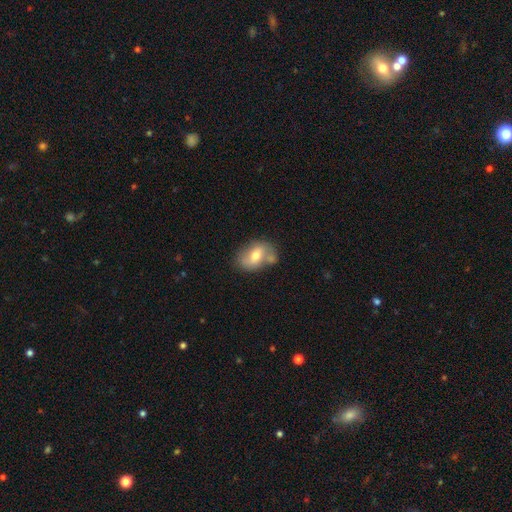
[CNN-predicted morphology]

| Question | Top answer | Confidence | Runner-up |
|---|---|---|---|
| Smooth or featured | smooth | 56% | featured or disk (36%) |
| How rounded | in between | 77% | round (21%) |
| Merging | none | 53% | minor disturbance (21%) |